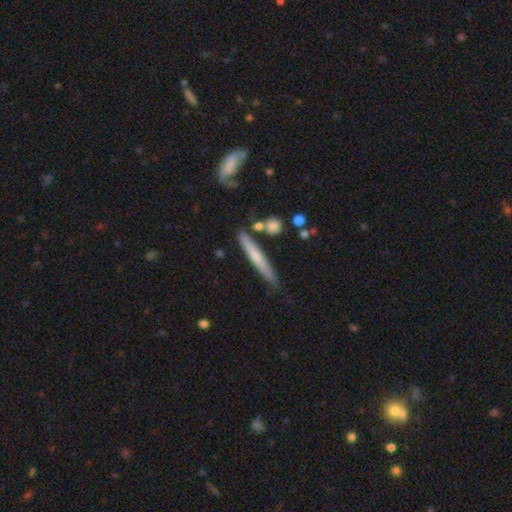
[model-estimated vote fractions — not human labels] The model was most divided on "smooth or featured": smooth: 54%, featured or disk: 40%, star or artifact: 6%. More confident: how rounded — cigar-shaped (94%); merging — none (80%).